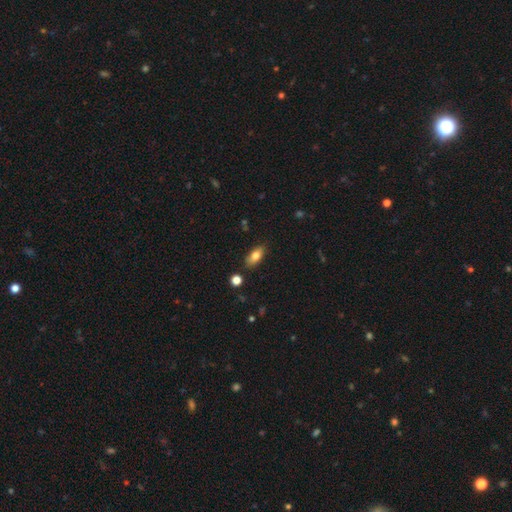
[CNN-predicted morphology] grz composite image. It shows a smooth galaxy with no disk features (77%) that is in between round and cigar-shaped (85%). Merging: none (83%).